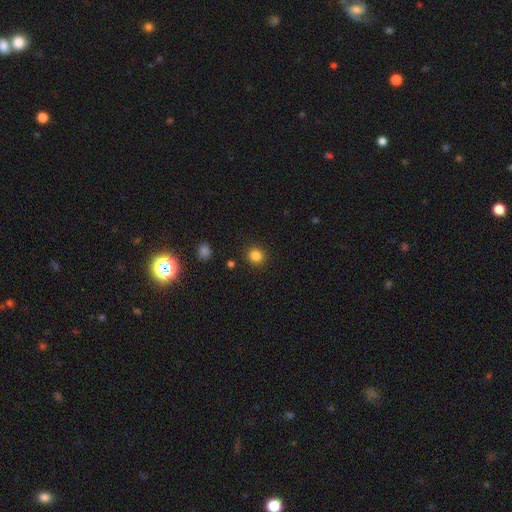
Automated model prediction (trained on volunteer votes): The model was most divided on "smooth or featured": smooth: 84%, star or artifact: 12%, featured or disk: 4%. More confident: merging — none (90%); how rounded — round (89%).